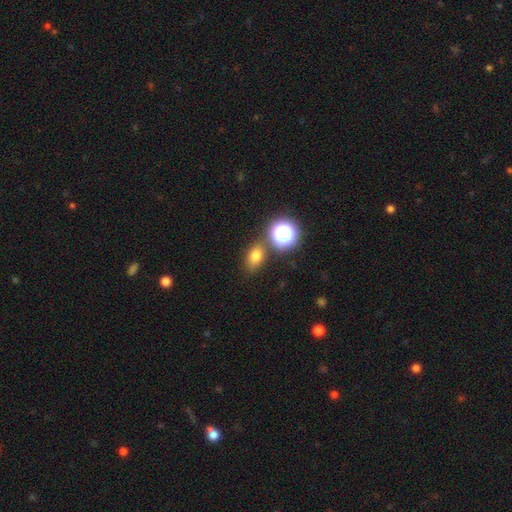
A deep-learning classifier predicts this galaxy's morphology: This is likely a smooth galaxy (72%). How rounded: likely in between (69%). Merging: likely none (74%).